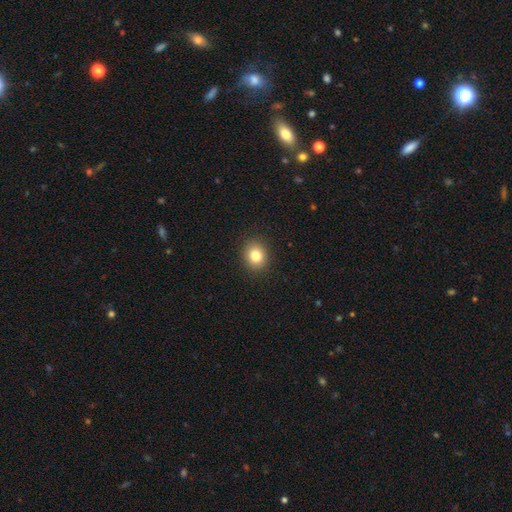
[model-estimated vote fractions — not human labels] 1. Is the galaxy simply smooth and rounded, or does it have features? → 82% smooth, 11% star or artifact, 7% featured or disk.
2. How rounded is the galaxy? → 70% round, 29% in between, 1% cigar-shaped.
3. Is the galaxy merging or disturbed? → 90% none, 7% minor disturbance, 2% major disturbance, 1% merger.